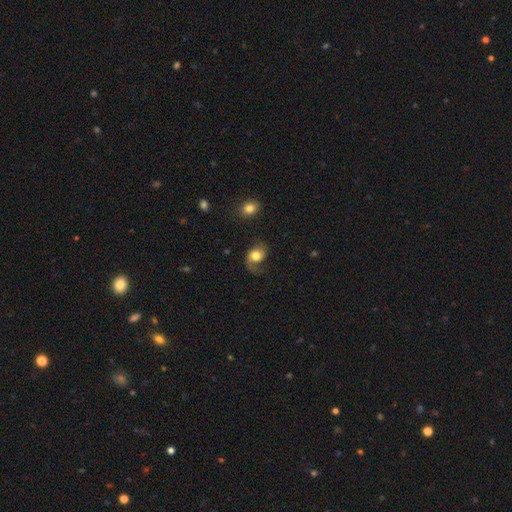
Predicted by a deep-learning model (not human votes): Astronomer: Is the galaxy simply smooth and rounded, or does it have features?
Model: smooth — 48% (runner-up: featured or disk, 44%).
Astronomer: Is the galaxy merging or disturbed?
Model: none — 45% (runner-up: major disturbance, 31%).